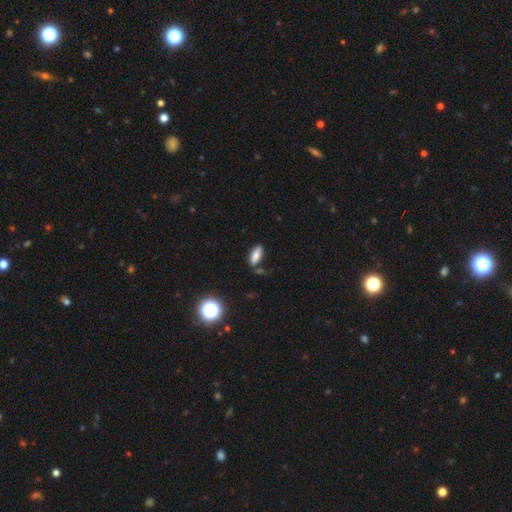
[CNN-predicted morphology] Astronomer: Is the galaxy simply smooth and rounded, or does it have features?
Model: smooth — 80%.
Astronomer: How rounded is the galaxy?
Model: in between — 76%.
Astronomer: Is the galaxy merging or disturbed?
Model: none — 70%.